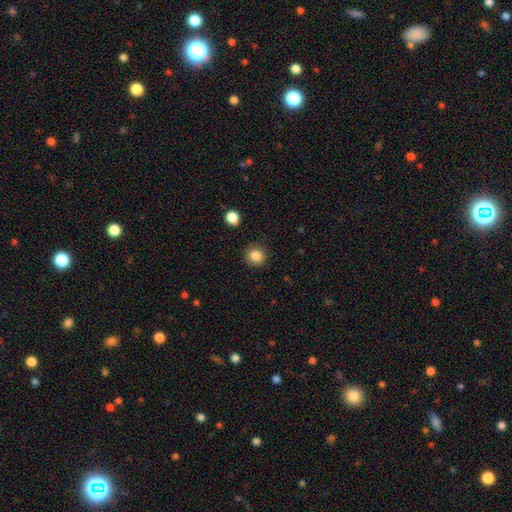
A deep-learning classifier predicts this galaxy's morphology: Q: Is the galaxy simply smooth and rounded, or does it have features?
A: smooth — 86%.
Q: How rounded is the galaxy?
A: round — 85%.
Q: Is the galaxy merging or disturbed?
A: none — 88%.